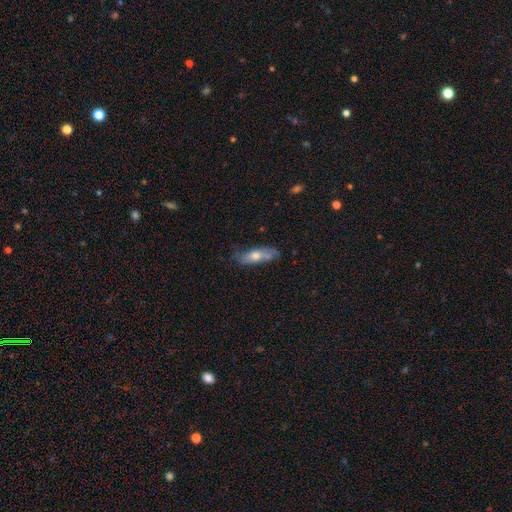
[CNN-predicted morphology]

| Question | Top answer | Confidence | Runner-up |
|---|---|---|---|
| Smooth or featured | smooth | 54% | featured or disk (39%) |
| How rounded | in between | 56% | cigar-shaped (42%) |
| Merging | none | 60% | minor disturbance (28%) |